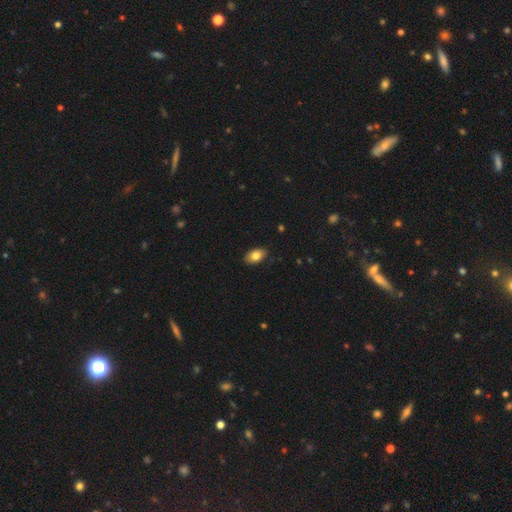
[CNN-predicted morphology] type=smooth (82%); roundness=in between (90%); merging=none (88%).